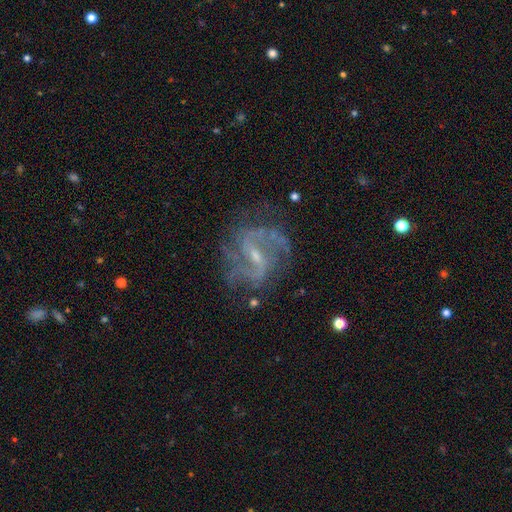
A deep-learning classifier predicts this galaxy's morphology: Overall: featured or disk (88%). Edge-on disk: no (97%). Bar: weak (52%; strong 33%). Spiral arms: yes (95%). Spiral arm count: 2 (68%). Spiral winding: medium (51%; loose 29%). Bulge size: small (65%; moderate 28%). Merging: none (66%).